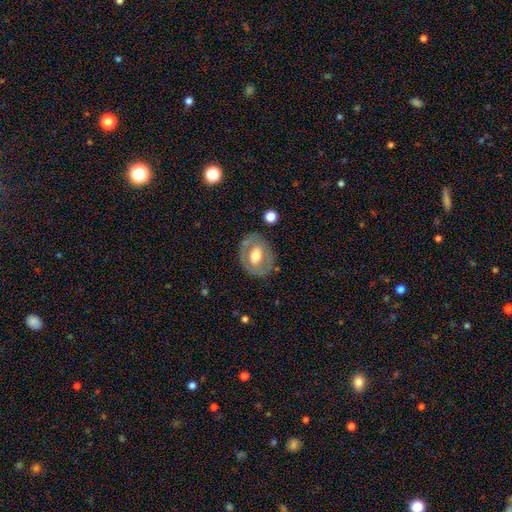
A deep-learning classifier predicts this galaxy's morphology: smooth-or-featured: featured or disk: 52% | smooth: 42% | star or artifact: 6%
  disk-edge-on: no: 93% | yes: 7%
  merging: none: 73% | minor disturbance: 17% | major disturbance: 7% | merger: 3%